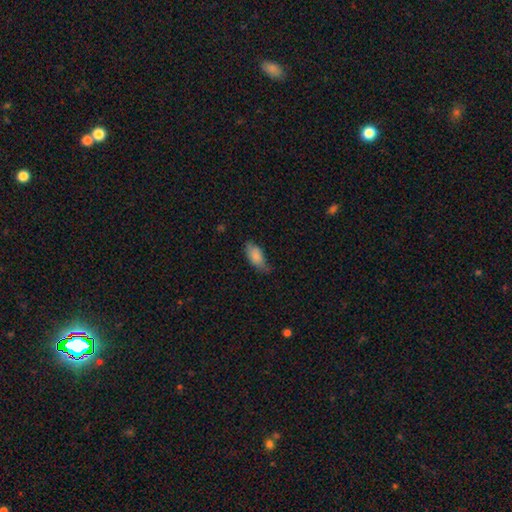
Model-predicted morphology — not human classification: Smooth or featured? smooth (85%)
How rounded? in between (90%)
Merging? none (57%)